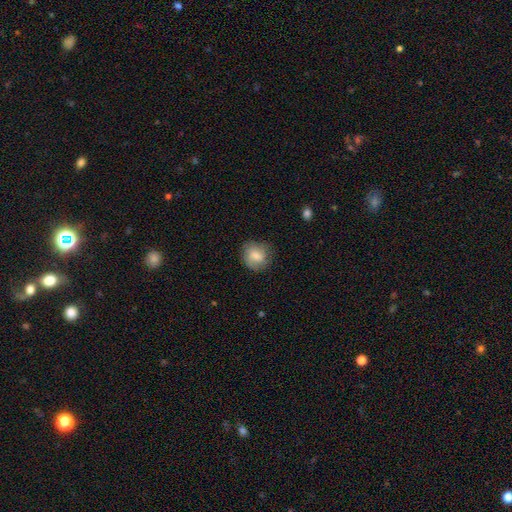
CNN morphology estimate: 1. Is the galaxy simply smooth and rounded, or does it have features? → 70% smooth, 22% featured or disk, 7% star or artifact.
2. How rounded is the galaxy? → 79% round, 20% in between, 1% cigar-shaped.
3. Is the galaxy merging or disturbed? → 77% none, 17% minor disturbance, 5% major disturbance, 1% merger.